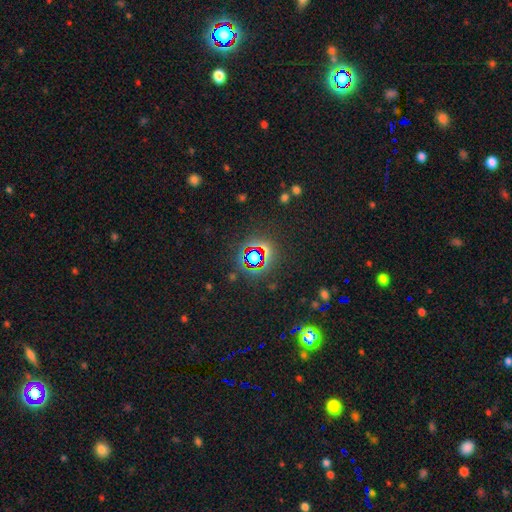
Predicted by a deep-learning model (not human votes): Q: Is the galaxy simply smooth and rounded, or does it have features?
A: star or artifact — 69%.